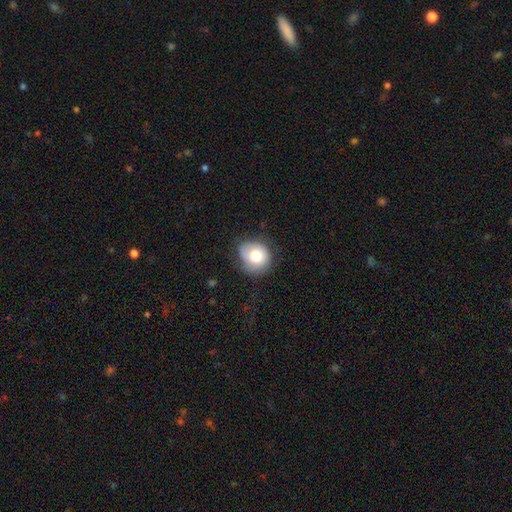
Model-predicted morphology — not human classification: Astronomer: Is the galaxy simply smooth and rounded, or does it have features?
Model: smooth — 72%.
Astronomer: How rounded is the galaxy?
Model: round — 70%.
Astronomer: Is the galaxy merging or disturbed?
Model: none — 58%.